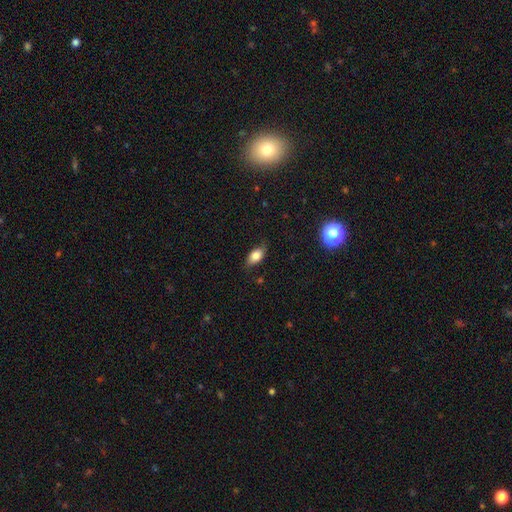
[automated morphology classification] The model was most divided on "merging": none: 76%, minor disturbance: 19%, major disturbance: 4%, merger: 1%. More confident: how rounded — in between (88%); smooth or featured — smooth (77%).